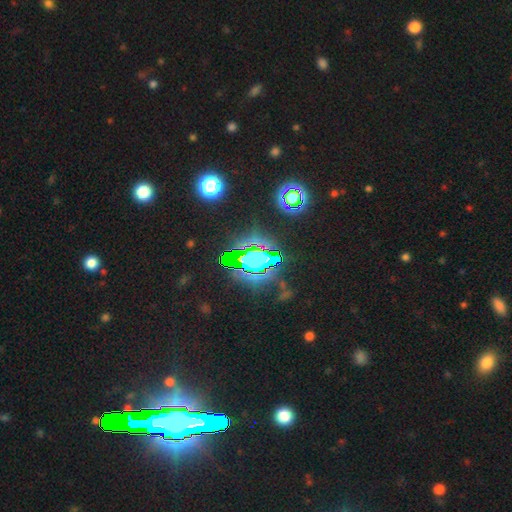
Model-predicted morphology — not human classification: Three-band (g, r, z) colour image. It shows a star or artifact, not a galaxy (68%).